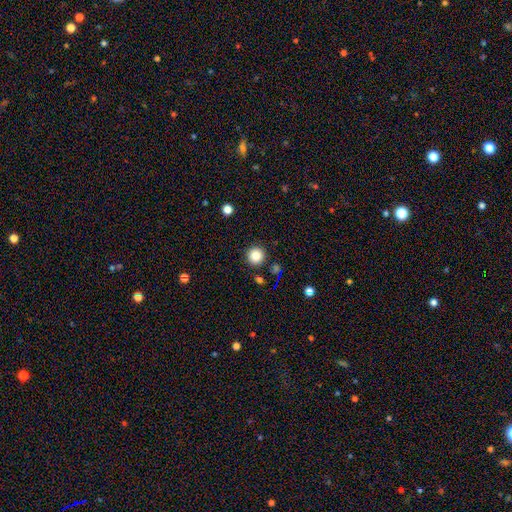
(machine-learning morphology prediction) Smooth or featured? smooth (85%)
How rounded? round (95%)
Merging? none (90%)